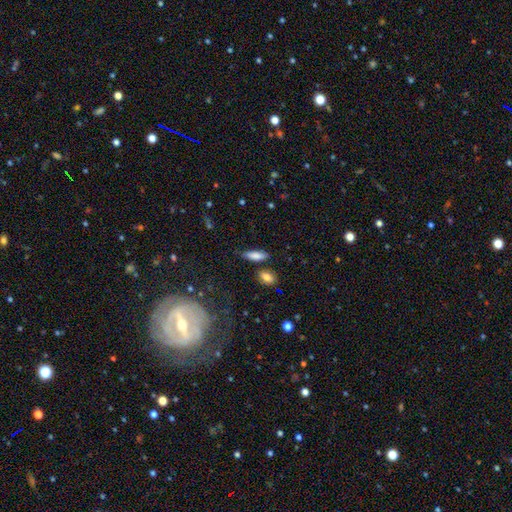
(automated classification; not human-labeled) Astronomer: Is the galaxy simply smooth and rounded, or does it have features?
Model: smooth — 80%.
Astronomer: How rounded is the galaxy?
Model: in between — 50% (runner-up: cigar-shaped, 46%).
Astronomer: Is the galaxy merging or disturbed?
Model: none — 78%.